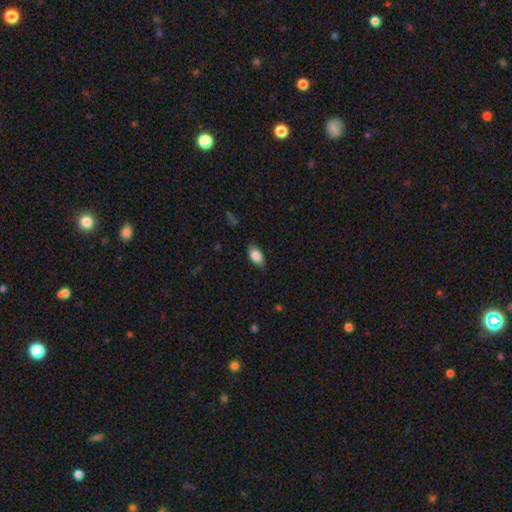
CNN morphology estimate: smooth 81%, featured or disk 12%, star or artifact 7%. Down the decision tree: how rounded — in between (89%); merging — none (73%).